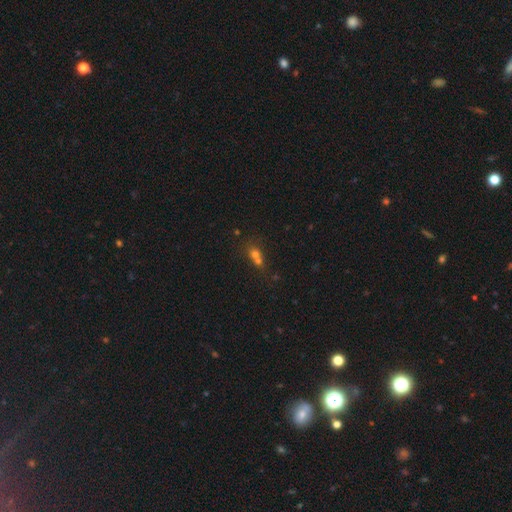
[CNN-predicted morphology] Smooth or featured? smooth (64%)
How rounded? round (69%)
Merging? merger (62%)